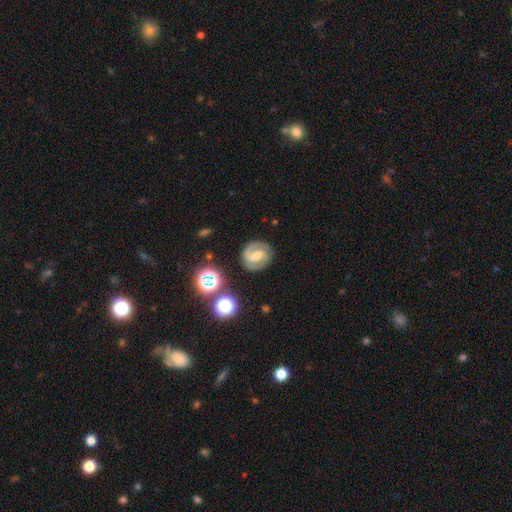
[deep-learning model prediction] This is likely a featured or disk galaxy (77%). It is clearly not viewed edge-on (98%). Bar: possibly weak (52%). Spiral arm pattern: clearly yes (93%). Spiral arm count: clearly 2 (85%). Spiral winding: possibly medium (46%). Central bulge: possibly moderate (55%). Merging: clearly none (82%).